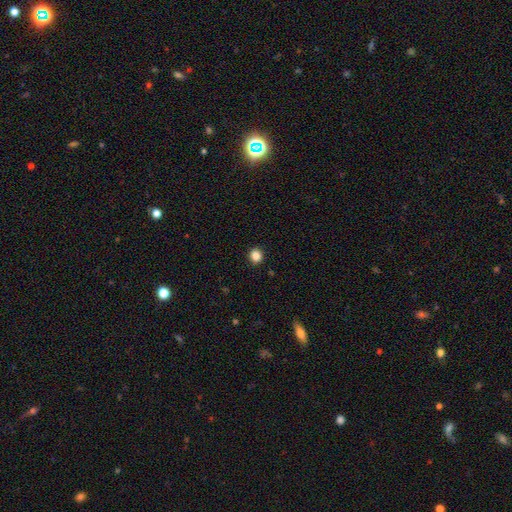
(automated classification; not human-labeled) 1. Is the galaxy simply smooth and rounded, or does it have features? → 85% smooth, 11% star or artifact, 3% featured or disk.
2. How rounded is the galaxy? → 84% round, 15% in between, 1% cigar-shaped.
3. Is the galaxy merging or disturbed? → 92% none, 5% minor disturbance, 2% major disturbance, 1% merger.